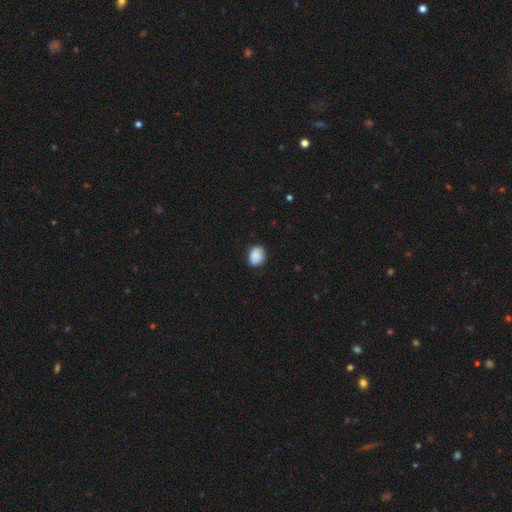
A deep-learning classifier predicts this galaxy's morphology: This is clearly a smooth galaxy (85%). How rounded: possibly in between (54%). Merging: likely none (79%).